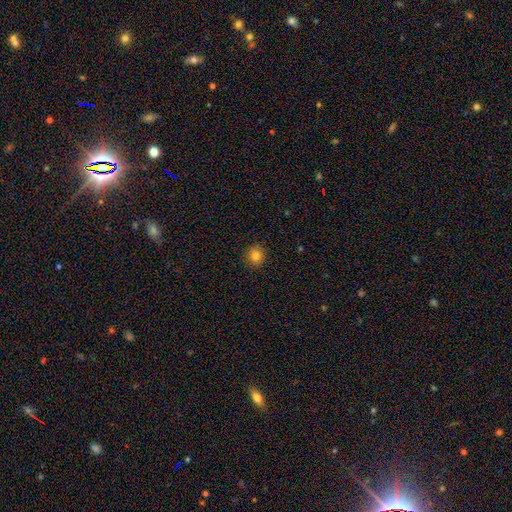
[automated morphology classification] smooth_or_featured: smooth (p=0.81) [alt: star or artifact p=0.12]
how_rounded: round (p=0.89) [alt: in between p=0.10]
merging: none (p=0.91) [alt: minor disturbance p=0.06]